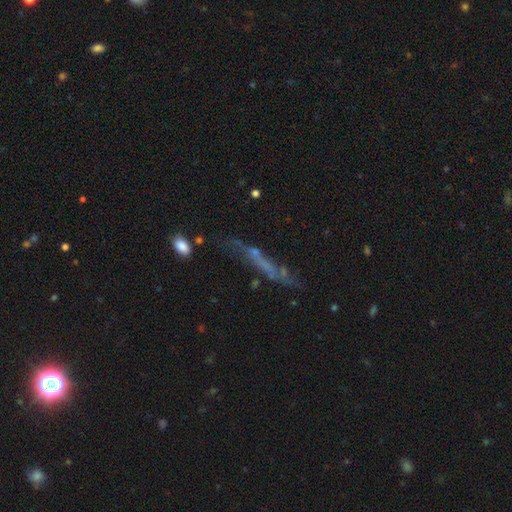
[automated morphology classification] A featured or disk galaxy (50%) viewed edge-on (62%).

Vote fractions:
- Smooth or featured? featured or disk: 50% / smooth: 30% / star or artifact: 19%
- Edge-on disk? yes: 62% / no: 38%
- Merging? none: 53% / minor disturbance: 21% / major disturbance: 18% / merger: 7%